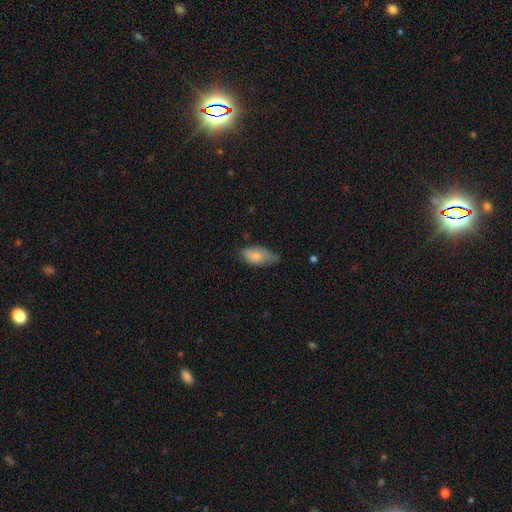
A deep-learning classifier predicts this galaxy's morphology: smooth_or_featured: smooth (p=0.77) [alt: featured or disk p=0.17]
how_rounded: in between (p=0.92) [alt: cigar-shaped p=0.04]
merging: none (p=0.45) [alt: minor disturbance p=0.42]